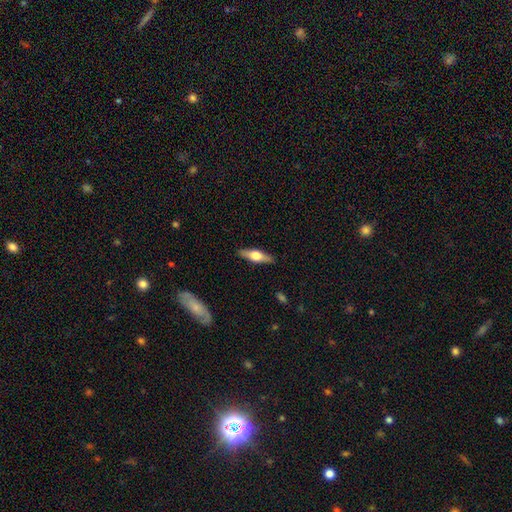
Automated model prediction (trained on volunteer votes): The model was most divided on "smooth or featured": featured or disk: 52%, smooth: 43%, star or artifact: 6%. More confident: edge-on disk — yes (92%); merging — none (88%).